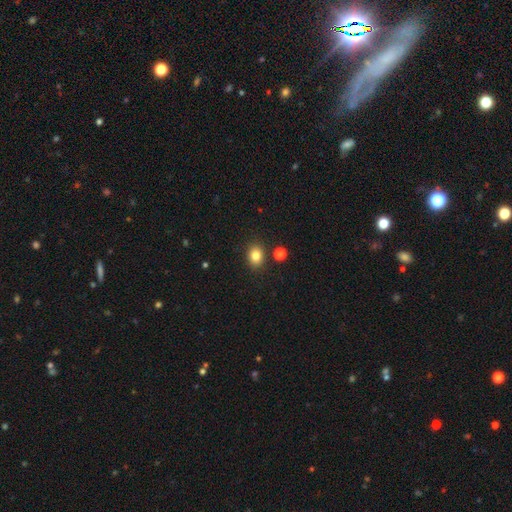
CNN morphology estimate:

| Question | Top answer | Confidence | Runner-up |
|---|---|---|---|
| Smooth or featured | smooth | 82% | star or artifact (11%) |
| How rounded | round | 54% | in between (45%) |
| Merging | none | 84% | minor disturbance (9%) |